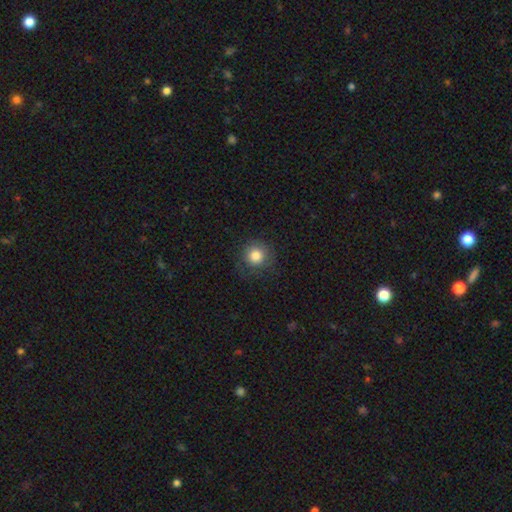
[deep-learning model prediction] Morphology: type=smooth (83%); roundness=round (93%); merging=none (80%).